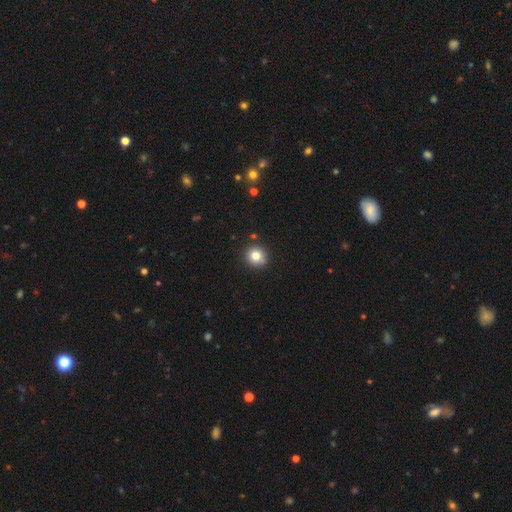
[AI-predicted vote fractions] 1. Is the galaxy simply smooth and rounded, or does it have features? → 82% smooth, 11% star or artifact, 7% featured or disk.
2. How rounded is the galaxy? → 89% round, 10% in between, 1% cigar-shaped.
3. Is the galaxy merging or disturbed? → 86% none, 9% minor disturbance, 3% merger, 2% major disturbance.